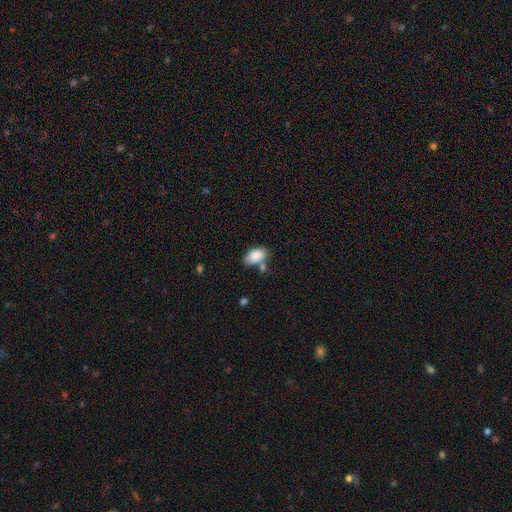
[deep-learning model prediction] Smooth or featured: smooth — 85% (featured or disk — 7%)
How rounded: in between — 93% (round — 5%)
Merging: none — 57% (merger — 19%)